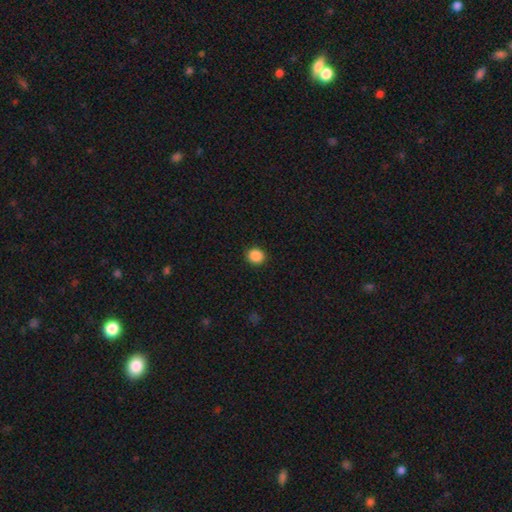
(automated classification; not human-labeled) This is clearly a smooth galaxy (88%). How rounded: clearly round (86%). Merging: clearly none (92%).